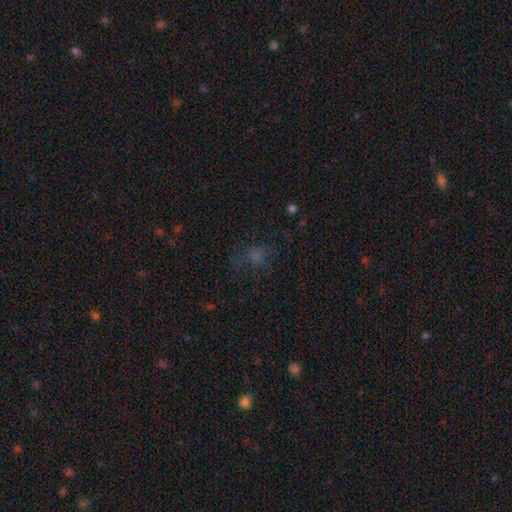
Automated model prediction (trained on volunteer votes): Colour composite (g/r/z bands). It shows a star or artifact, not a galaxy (46%).